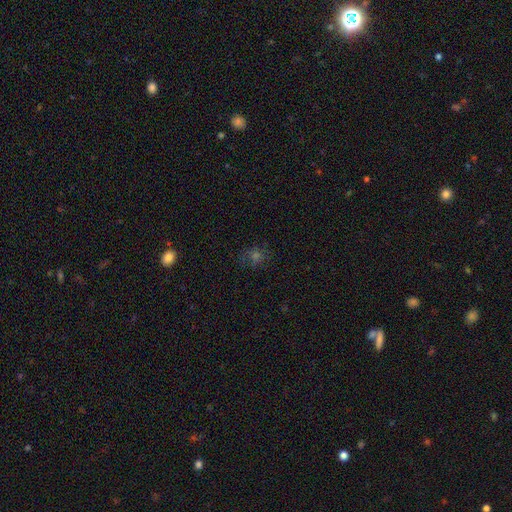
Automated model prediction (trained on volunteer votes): Morphology: type=smooth (47%); merging=none (78%).